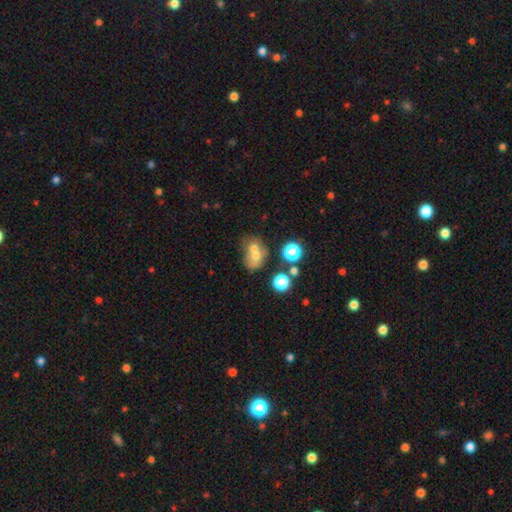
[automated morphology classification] type=smooth (60%); roundness=round (51%); merging=merger (57%).